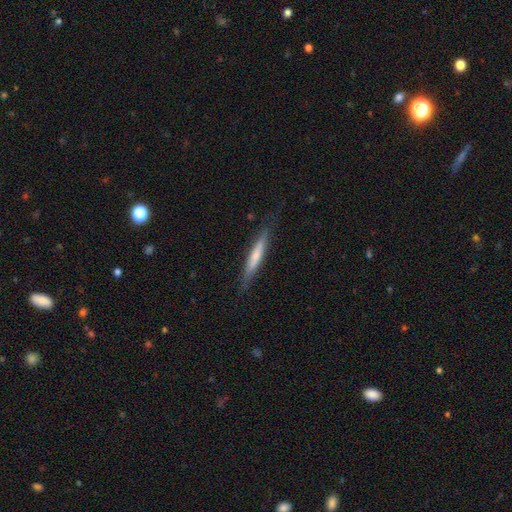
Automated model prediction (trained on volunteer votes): smooth-or-featured: smooth: 58% | featured or disk: 36% | star or artifact: 6%
  how-rounded: cigar-shaped: 94% | in between: 5% | round: 1%
  merging: none: 81% | minor disturbance: 15% | major disturbance: 3% | merger: 1%